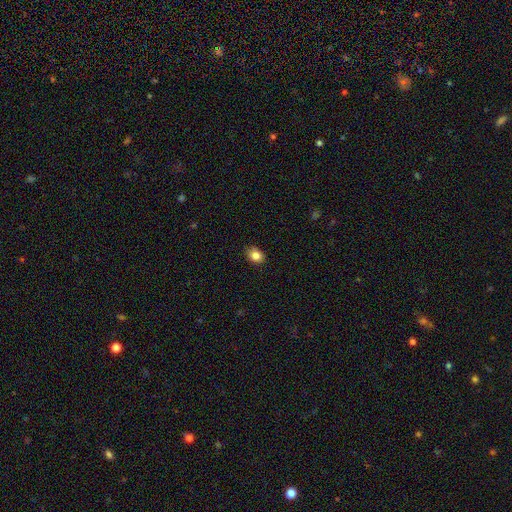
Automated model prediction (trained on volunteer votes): smooth_or_featured: smooth (p=0.84) [alt: star or artifact p=0.10]
how_rounded: in between (p=0.50) [alt: round p=0.49]
merging: none (p=0.84) [alt: minor disturbance p=0.13]